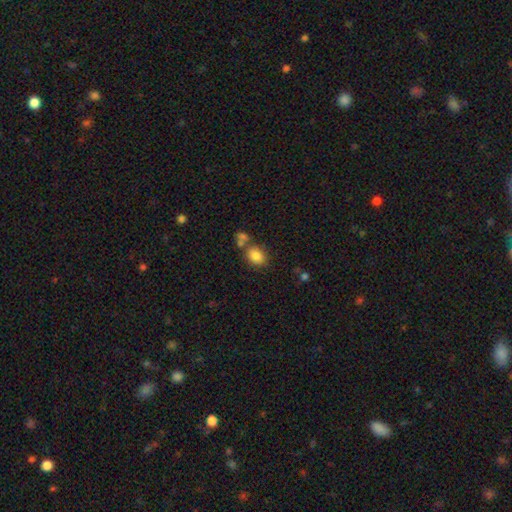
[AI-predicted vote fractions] The model was most divided on "how rounded": in between: 62%, round: 36%, cigar-shaped: 1%. More confident: smooth or featured — smooth (83%); merging — none (62%).